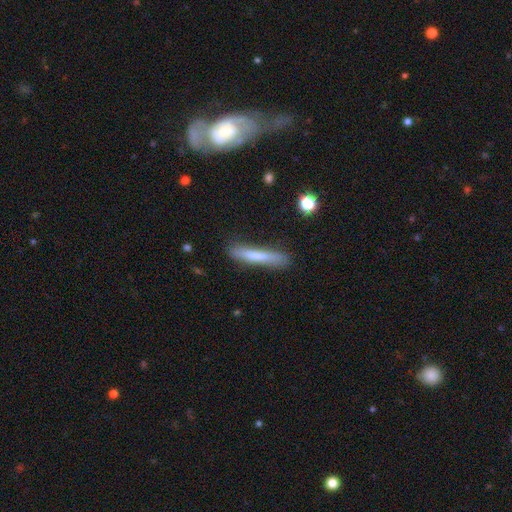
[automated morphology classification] Smooth or featured? smooth (64%)
How rounded? cigar-shaped (93%)
Merging? none (78%)